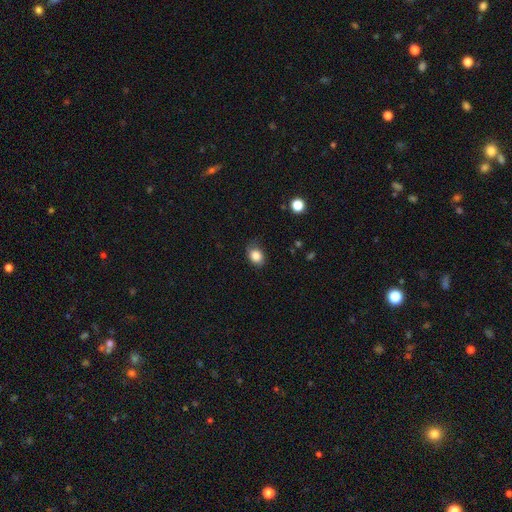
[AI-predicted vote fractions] Q: Smooth or featured?
A: smooth (85%); runner-up: star or artifact (9%)
Q: How rounded?
A: in between (62%); runner-up: round (37%)
Q: Merging?
A: none (71%); runner-up: minor disturbance (23%)